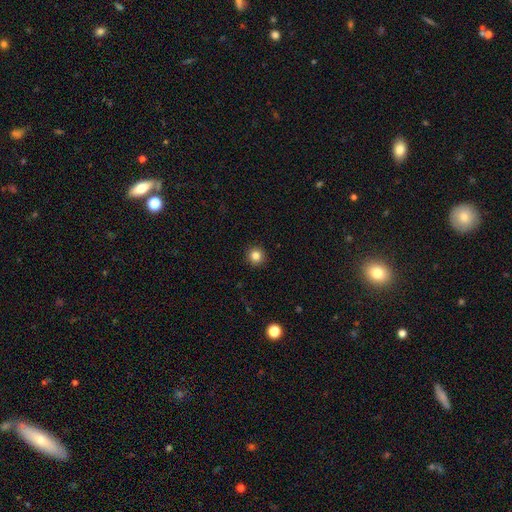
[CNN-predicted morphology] The model was most divided on "smooth or featured": smooth: 83%, star or artifact: 12%, featured or disk: 5%. More confident: how rounded — round (95%); merging — none (93%).